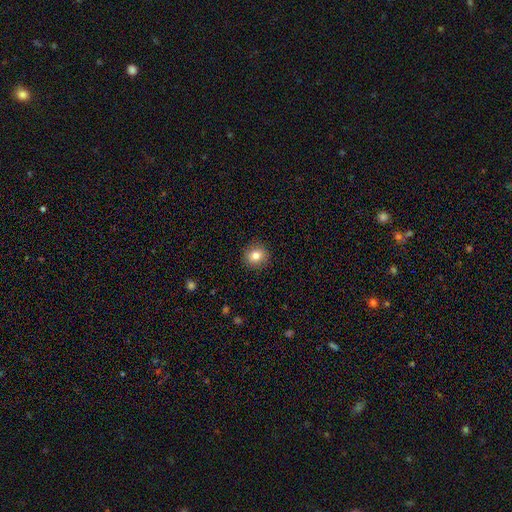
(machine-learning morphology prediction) The model was most divided on "smooth or featured": smooth: 82%, star or artifact: 10%, featured or disk: 8%. More confident: merging — none (91%); how rounded — round (87%).